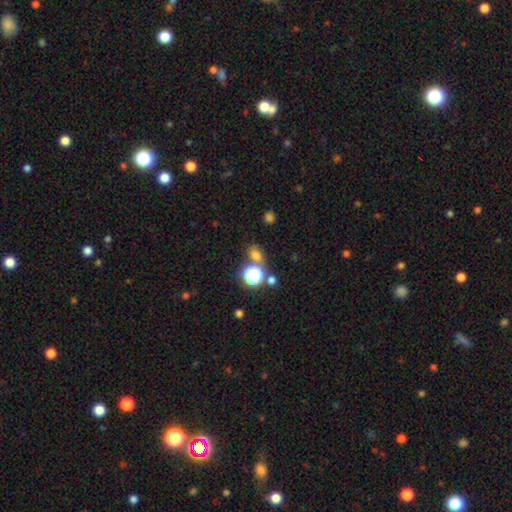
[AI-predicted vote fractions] Smooth or featured: smooth — 66% (star or artifact — 26%)
How rounded: round — 58% (in between — 40%)
Merging: none — 66% (merger — 18%)